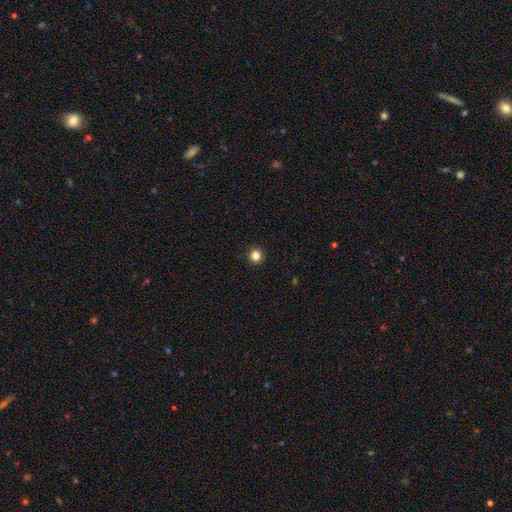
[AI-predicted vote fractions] This is clearly a smooth galaxy (84%). How rounded: clearly round (96%). Merging: clearly none (94%).